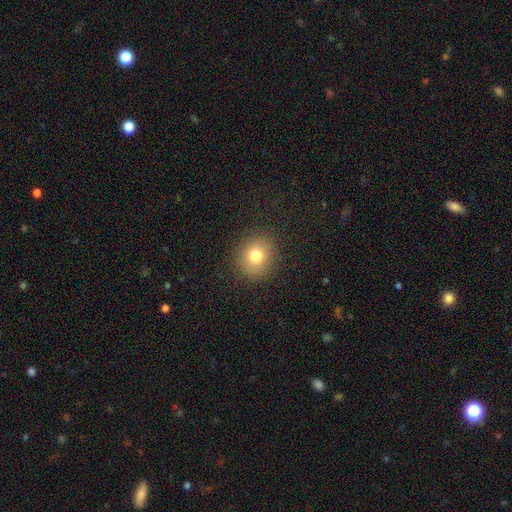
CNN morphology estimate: This appears to be a smooth galaxy with no disk features (77%) that is round (79%). Merging: none (88%).